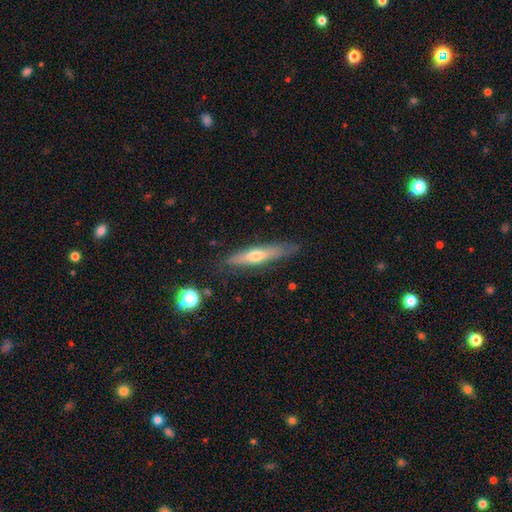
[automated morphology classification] A smooth galaxy with no disk features (47%).

Vote fractions:
- Smooth or featured? smooth: 47% / featured or disk: 46% / star or artifact: 7%
- Merging? none: 77% / minor disturbance: 17% / major disturbance: 4% / merger: 2%